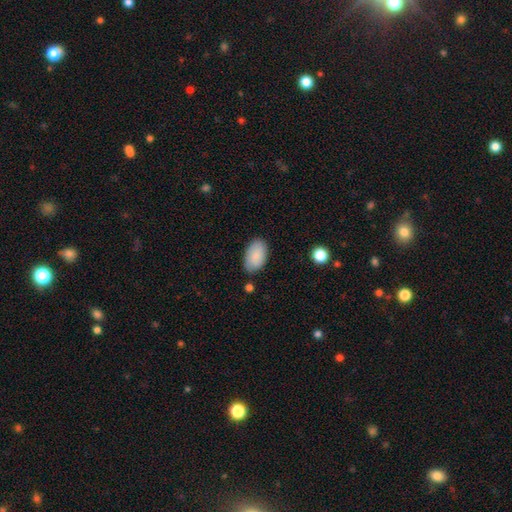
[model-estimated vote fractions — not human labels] This appears to be a smooth galaxy with no disk features (88%) that is in between round and cigar-shaped (95%). Merging: none (80%).